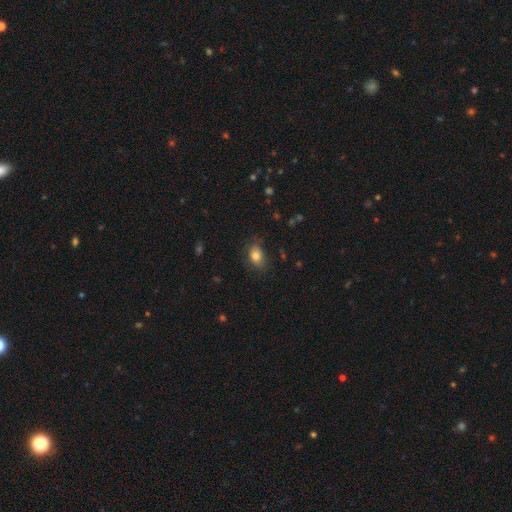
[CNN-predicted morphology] Smooth or featured? smooth (81%)
How rounded? in between (77%)
Merging? none (74%)